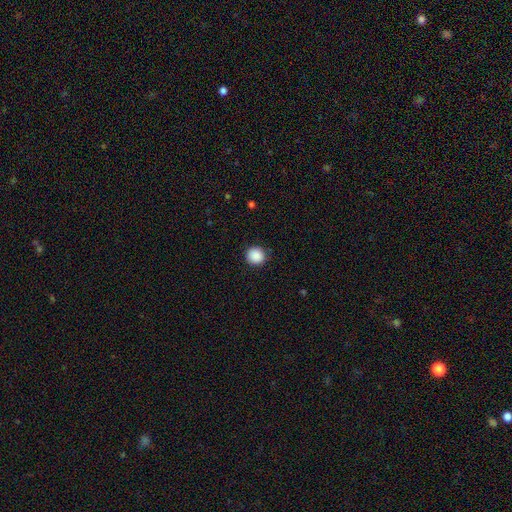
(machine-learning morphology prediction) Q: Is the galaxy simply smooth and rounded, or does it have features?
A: smooth — 89%.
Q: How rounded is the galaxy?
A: round — 94%.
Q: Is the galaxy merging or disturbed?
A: none — 90%.